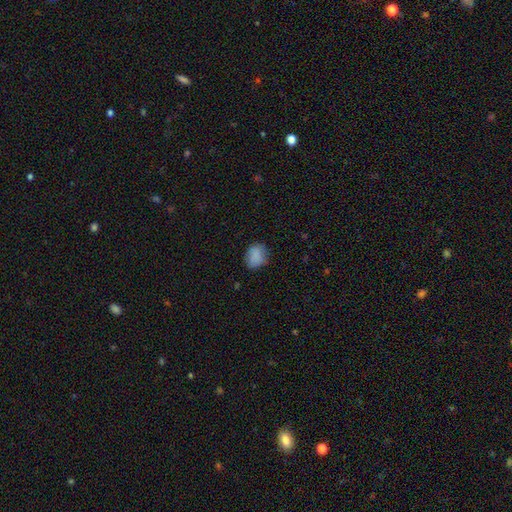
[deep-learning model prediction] This appears to be a smooth galaxy with no disk features (85%) that is round (55%). Merging: none (73%).